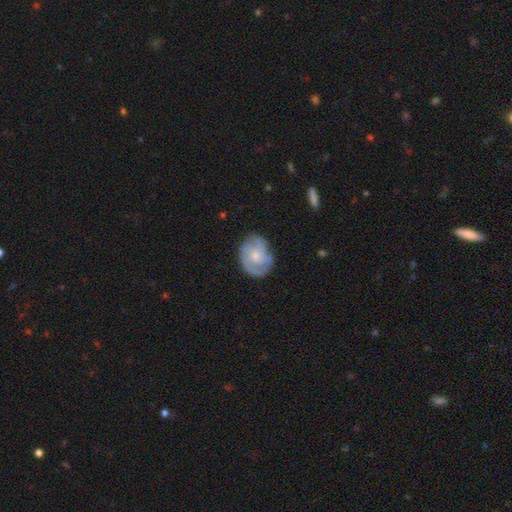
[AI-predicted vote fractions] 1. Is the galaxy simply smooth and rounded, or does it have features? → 74% featured or disk, 21% smooth, 6% star or artifact.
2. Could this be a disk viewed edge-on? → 98% no, 2% yes.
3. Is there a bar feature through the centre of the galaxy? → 71% no, 25% weak, 3% strong.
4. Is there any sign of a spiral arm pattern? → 92% yes, 8% no.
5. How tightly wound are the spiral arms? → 47% tight, 41% medium, 12% loose.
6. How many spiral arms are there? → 40% 3, 24% 2, 20% can't tell, 8% 4, 5% 1, 4% more than 4.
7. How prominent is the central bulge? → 50% small, 42% moderate, 5% none, 3% large, 1% dominant.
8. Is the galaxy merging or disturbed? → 73% none, 19% minor disturbance, 7% major disturbance, 2% merger.